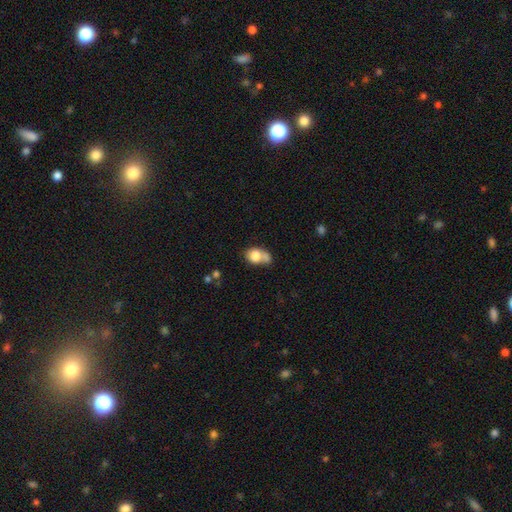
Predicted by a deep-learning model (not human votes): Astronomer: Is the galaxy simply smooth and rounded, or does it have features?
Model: smooth — 76%.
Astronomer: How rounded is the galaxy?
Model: in between — 57% (runner-up: round, 42%).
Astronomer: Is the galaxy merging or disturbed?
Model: merger — 47% (runner-up: none, 30%).